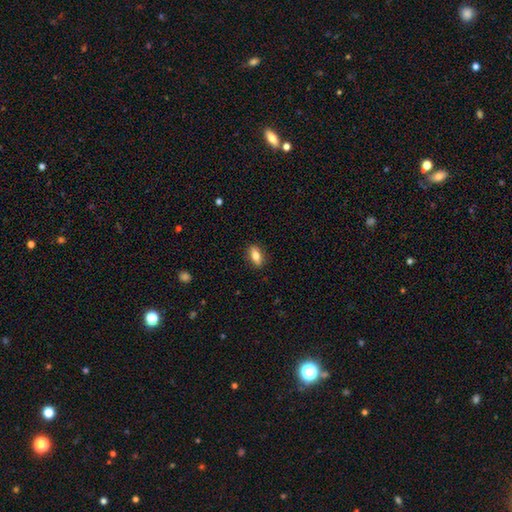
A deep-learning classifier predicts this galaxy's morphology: smooth_or_featured: smooth (p=0.74) [alt: featured or disk p=0.19]
how_rounded: in between (p=0.77) [alt: cigar-shaped p=0.18]
merging: none (p=0.87) [alt: minor disturbance p=0.10]